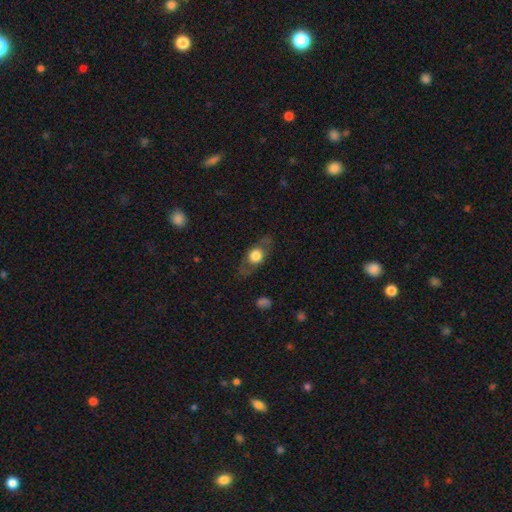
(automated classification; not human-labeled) A smooth galaxy with no disk features (52%) that is in between round and cigar-shaped (51%).

Vote fractions:
- Smooth or featured? smooth: 52% / featured or disk: 40% / star or artifact: 8%
- How rounded? in between: 51% / round: 39% / cigar-shaped: 10%
- Merging? none: 75% / minor disturbance: 15% / major disturbance: 8% / merger: 1%